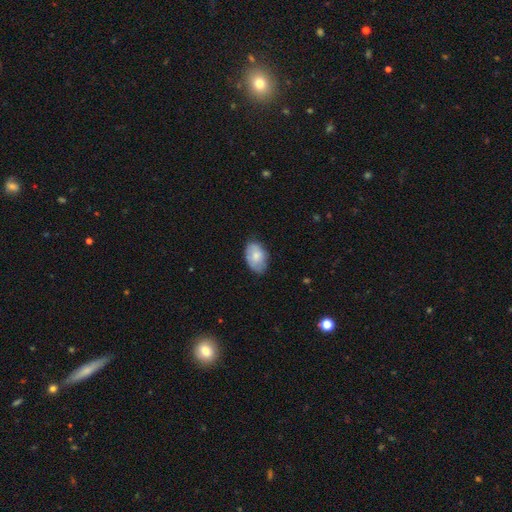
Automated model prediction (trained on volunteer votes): This is likely a smooth galaxy (78%). How rounded: clearly in between (90%). Merging: likely none (73%).